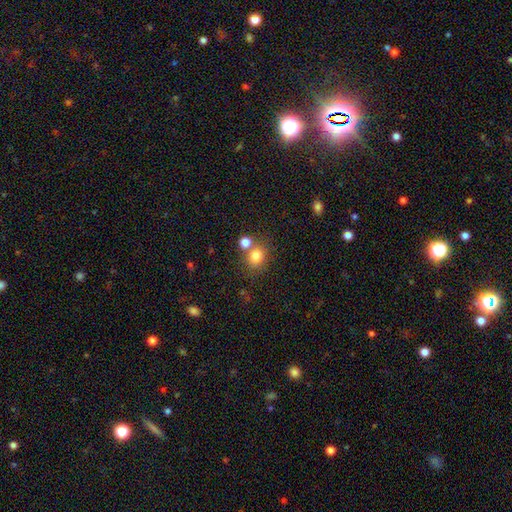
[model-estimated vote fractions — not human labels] Smooth or featured? smooth (79%)
How rounded? round (70%)
Merging? none (62%)